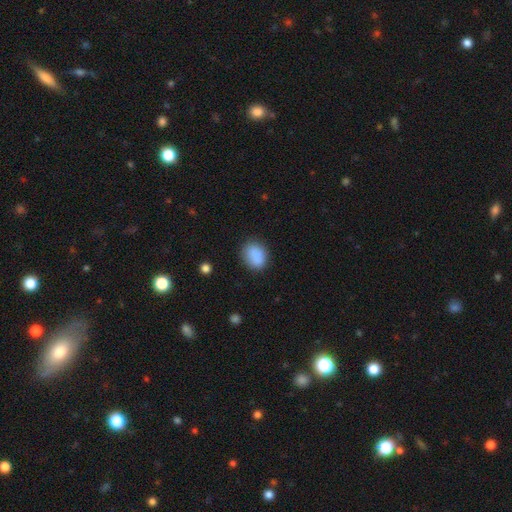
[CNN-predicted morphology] smooth 87%, star or artifact 8%, featured or disk 5%. Down the decision tree: how rounded — in between (59%); merging — none (81%).